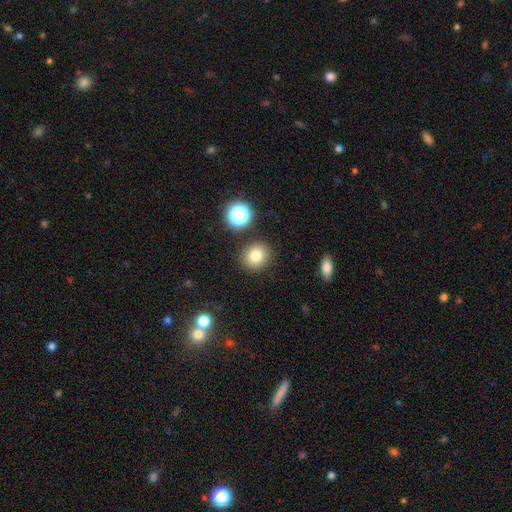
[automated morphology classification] smooth 79%, star or artifact 13%, featured or disk 8%. Down the decision tree: how rounded — round (84%); merging — none (86%).